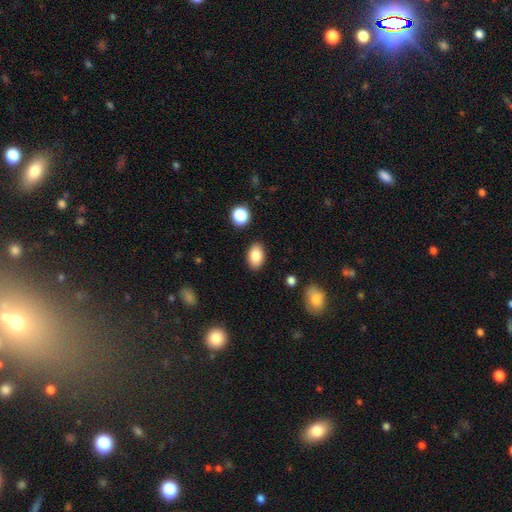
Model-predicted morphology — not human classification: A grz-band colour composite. It shows a smooth galaxy with no disk features (85%) that is in between round and cigar-shaped (89%). Merging: none (87%).